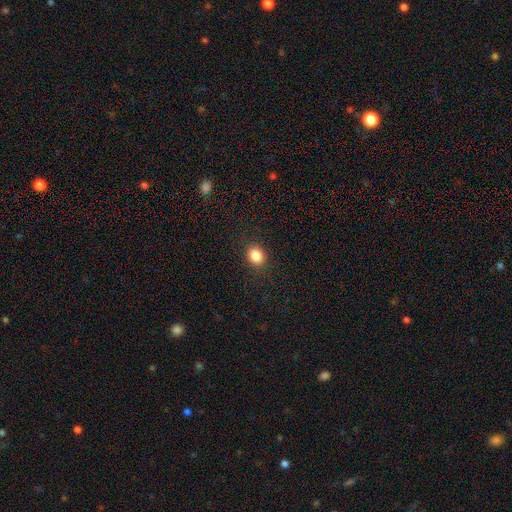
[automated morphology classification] smooth-or-featured: smooth: 86% | star or artifact: 10% | featured or disk: 4%
  how-rounded: round: 57% | in between: 42% | cigar-shaped: 1%
  merging: none: 89% | minor disturbance: 7% | major disturbance: 3% | merger: 1%